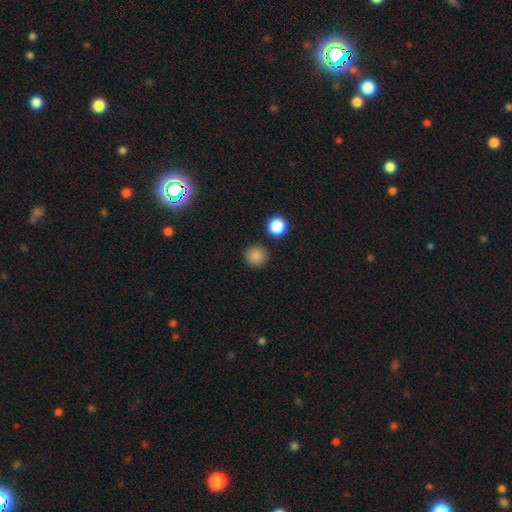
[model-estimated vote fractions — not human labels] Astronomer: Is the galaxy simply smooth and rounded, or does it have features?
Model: smooth — 85%.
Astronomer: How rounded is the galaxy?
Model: round — 95%.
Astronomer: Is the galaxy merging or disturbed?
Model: none — 89%.